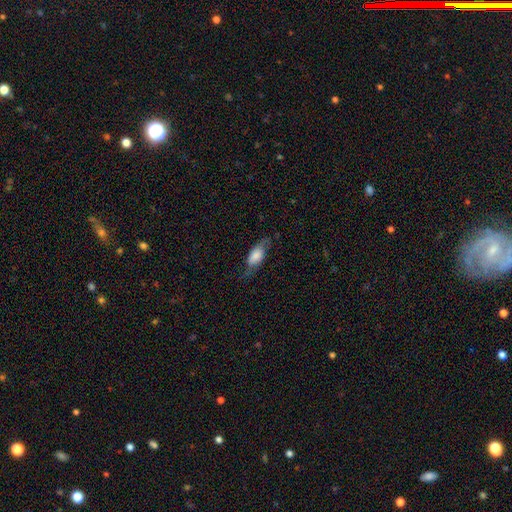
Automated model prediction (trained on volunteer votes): The model was most divided on "smooth or featured": smooth: 55%, featured or disk: 37%, star or artifact: 8%. More confident: how rounded — in between (80%); merging — none (58%).